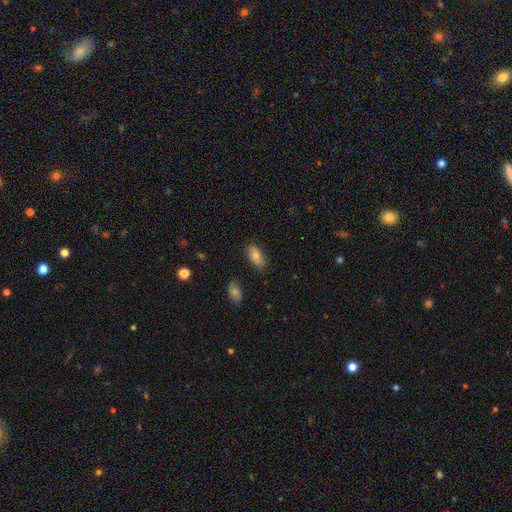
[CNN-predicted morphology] Overall: smooth (64%; featured or disk 26%). How rounded: in between (91%). Merging: none (80%).